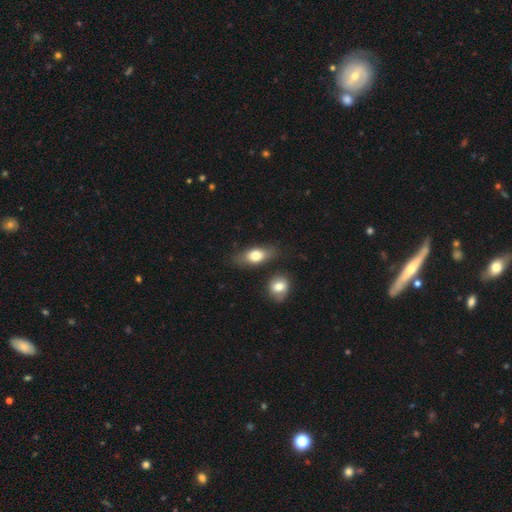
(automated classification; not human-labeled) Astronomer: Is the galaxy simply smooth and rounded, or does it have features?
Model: smooth — 75%.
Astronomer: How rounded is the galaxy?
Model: in between — 80%.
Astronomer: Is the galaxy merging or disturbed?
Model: none — 72%.